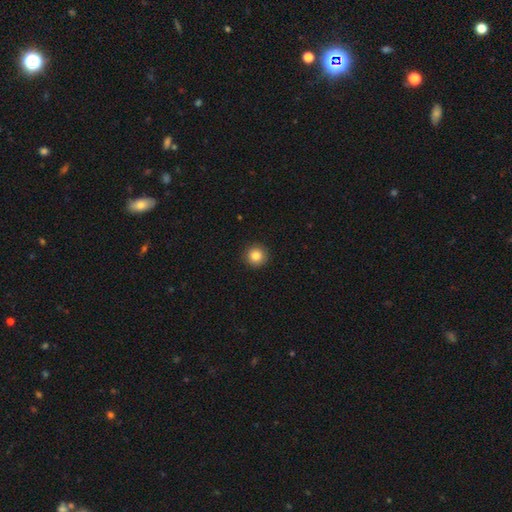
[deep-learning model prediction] Smooth or featured: smooth — 85% (star or artifact — 10%)
How rounded: round — 95% (in between — 4%)
Merging: none — 92% (minor disturbance — 5%)